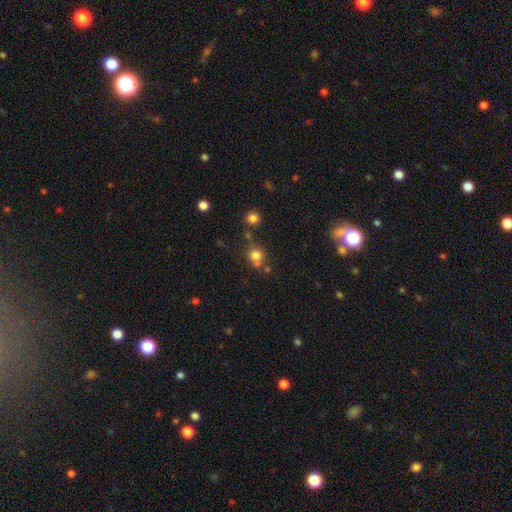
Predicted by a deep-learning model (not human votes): smooth-or-featured: smooth: 75% | star or artifact: 15% | featured or disk: 10%
  how-rounded: round: 79% | in between: 20% | cigar-shaped: 1%
  merging: none: 58% | merger: 24% | minor disturbance: 13% | major disturbance: 5%